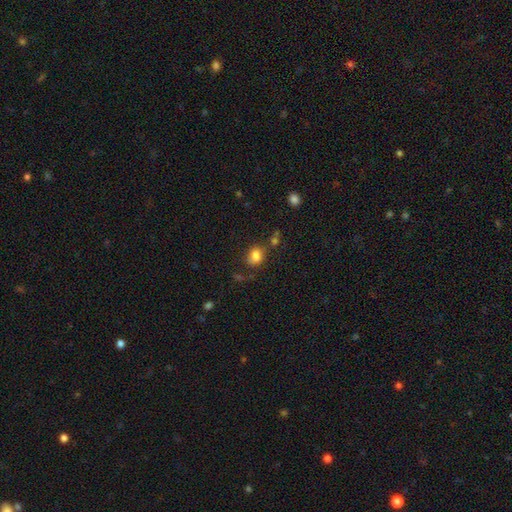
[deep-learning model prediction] A smooth galaxy with no disk features (82%) that is in between round and cigar-shaped (54%). Merging: none (64%).